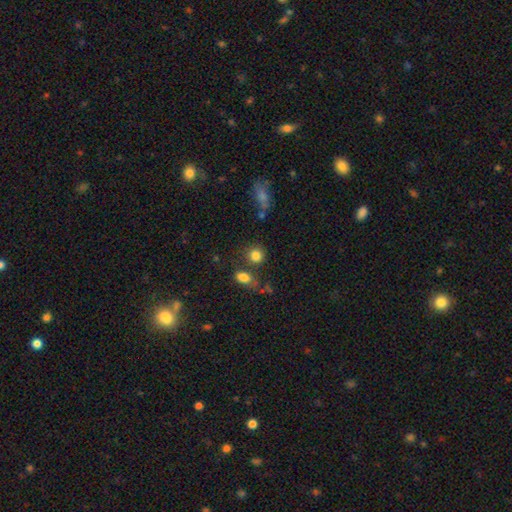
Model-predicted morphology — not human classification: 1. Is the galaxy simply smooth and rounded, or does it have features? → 82% smooth, 11% star or artifact, 7% featured or disk.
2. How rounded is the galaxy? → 80% round, 19% in between, 1% cigar-shaped.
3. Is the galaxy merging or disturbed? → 68% none, 15% merger, 11% minor disturbance, 5% major disturbance.